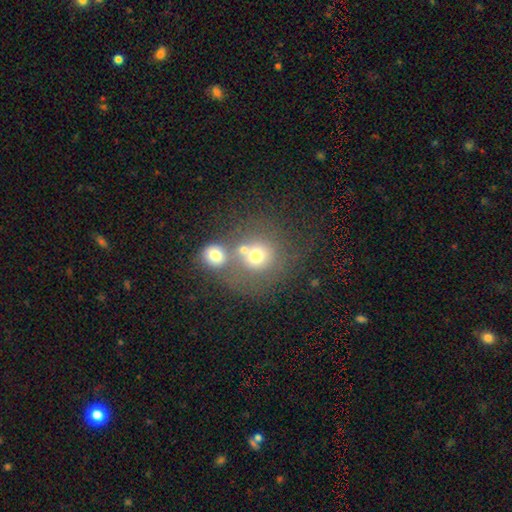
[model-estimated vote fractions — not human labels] Smooth or featured? smooth (67%)
How rounded? round (85%)
Merging? merger (49%)